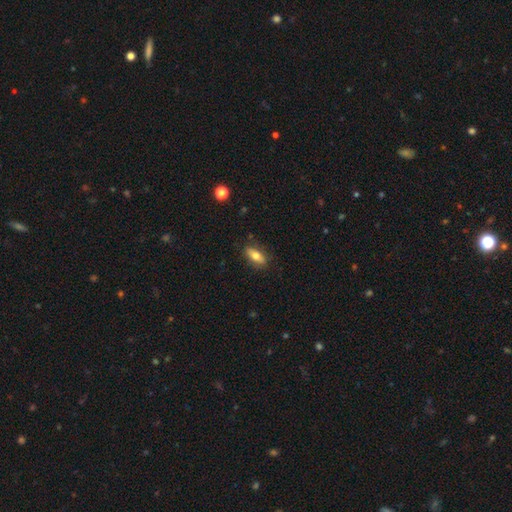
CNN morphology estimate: A smooth galaxy with no disk features (67%) that is in between round and cigar-shaped (73%).

Vote fractions:
- Smooth or featured? smooth: 67% / featured or disk: 26% / star or artifact: 7%
- How rounded? in between: 73% / cigar-shaped: 22% / round: 4%
- Merging? none: 84% / minor disturbance: 12% / major disturbance: 3% / merger: 1%